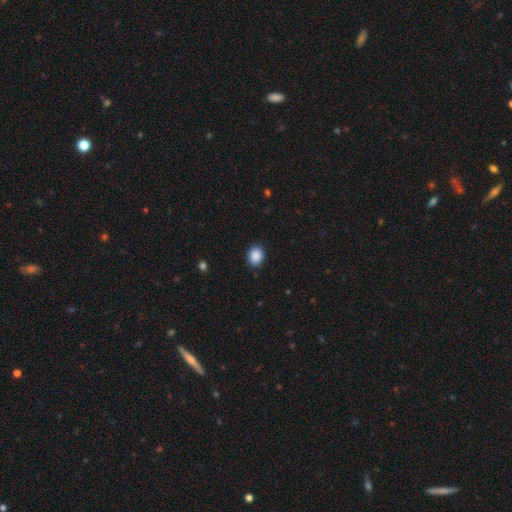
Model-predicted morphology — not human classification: Smooth or featured? Predicted: smooth (p=0.89). How rounded? Predicted: round (p=0.53). Merging? Predicted: none (p=0.87).